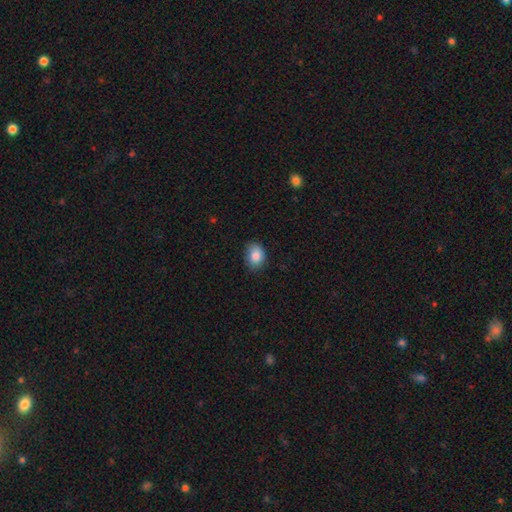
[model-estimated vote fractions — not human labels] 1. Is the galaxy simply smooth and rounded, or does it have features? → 85% smooth, 8% star or artifact, 6% featured or disk.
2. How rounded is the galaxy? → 67% in between, 32% round, 1% cigar-shaped.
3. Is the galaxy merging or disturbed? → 76% none, 20% minor disturbance, 3% major disturbance, 1% merger.